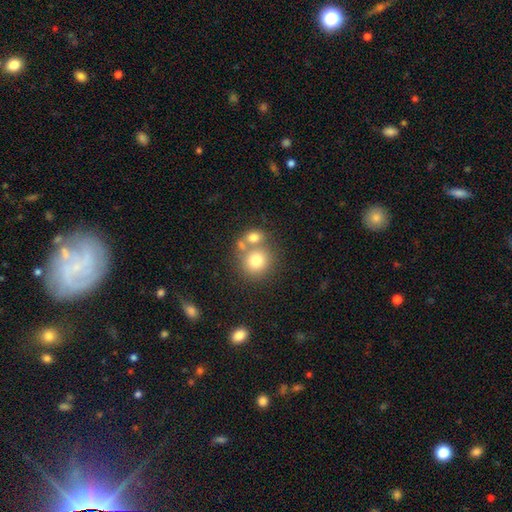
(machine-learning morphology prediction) Smooth or featured? Predicted: smooth (p=0.70). How rounded? Predicted: round (p=0.87). Merging? Predicted: none (p=0.53).